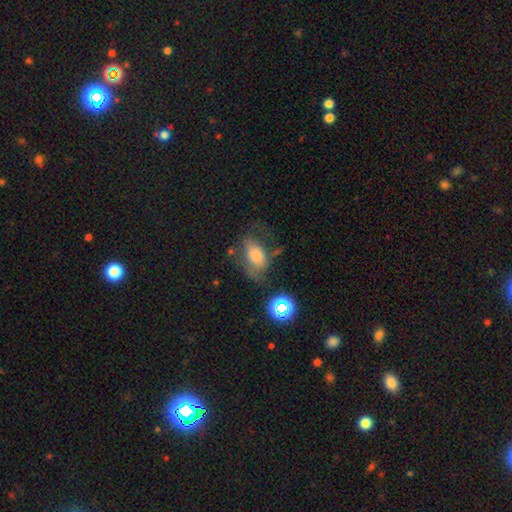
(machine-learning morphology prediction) Smooth or featured?
  - smooth: 65% *
  - featured or disk: 22%
  - star or artifact: 13%
How rounded?
  - in between: 87% *
  - round: 11%
  - cigar-shaped: 2%
Merging?
  - none: 36% *
  - major disturbance: 31%
  - minor disturbance: 27%
  - merger: 6%